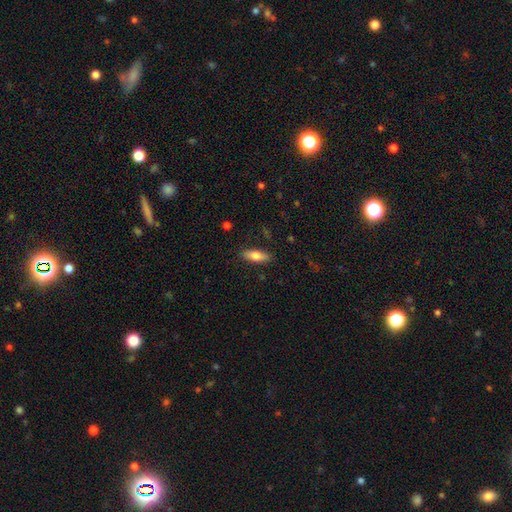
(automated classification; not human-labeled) Smooth or featured? Predicted: smooth (p=0.73). How rounded? Predicted: in between (p=0.62). Merging? Predicted: none (p=0.88).